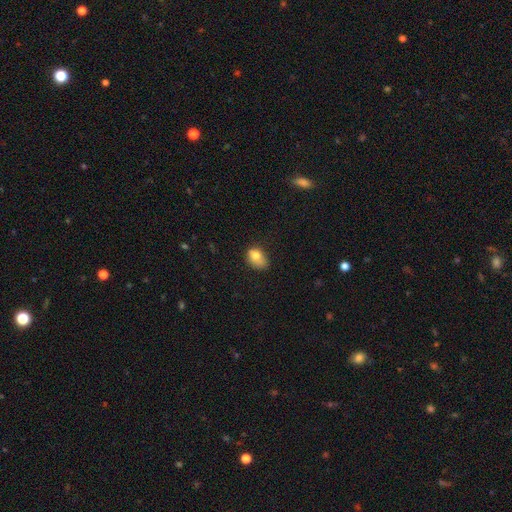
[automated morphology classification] Smooth or featured?
  - smooth: 75% *
  - featured or disk: 15%
  - star or artifact: 10%
How rounded?
  - in between: 70% *
  - round: 29%
  - cigar-shaped: 1%
Merging?
  - none: 38% * (tied)
  - minor disturbance: 38% * (tied)
  - major disturbance: 17%
  - merger: 6%